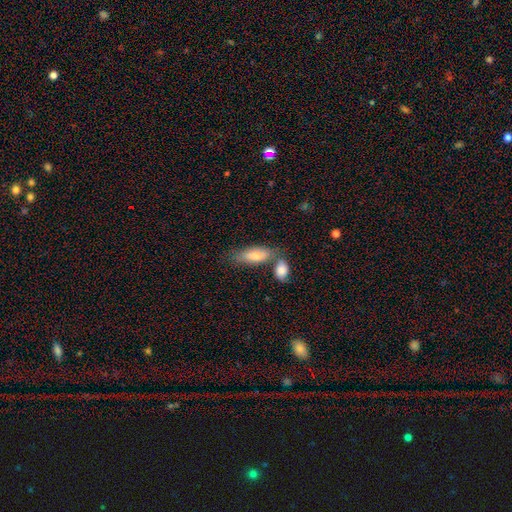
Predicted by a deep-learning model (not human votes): smooth_or_featured: smooth (p=0.75) [alt: featured or disk p=0.18]
how_rounded: in between (p=0.72) [alt: cigar-shaped p=0.25]
merging: none (p=0.54) [alt: merger p=0.28]